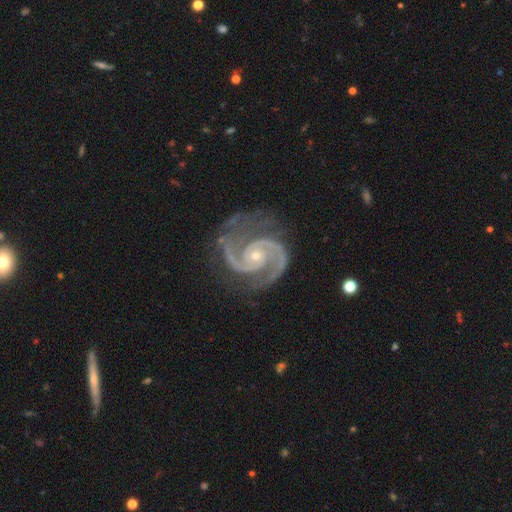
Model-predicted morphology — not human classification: This is clearly a featured or disk galaxy (94%). It is clearly not viewed edge-on (98%). Bar: likely no (69%). Spiral arm pattern: clearly yes (99%). Spiral arm count: clearly 2 (90%). Spiral winding: possibly medium (51%). Central bulge: likely small (69%). Merging: likely none (73%).